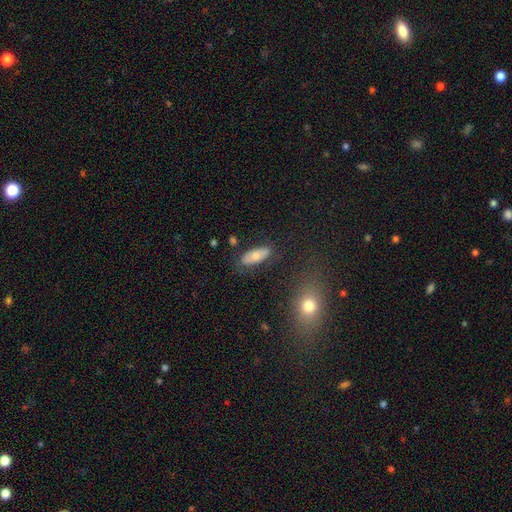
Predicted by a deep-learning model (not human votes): Q: Smooth or featured?
A: smooth (61%); runner-up: featured or disk (30%)
Q: How rounded?
A: in between (79%); runner-up: cigar-shaped (17%)
Q: Merging?
A: none (76%); runner-up: minor disturbance (15%)